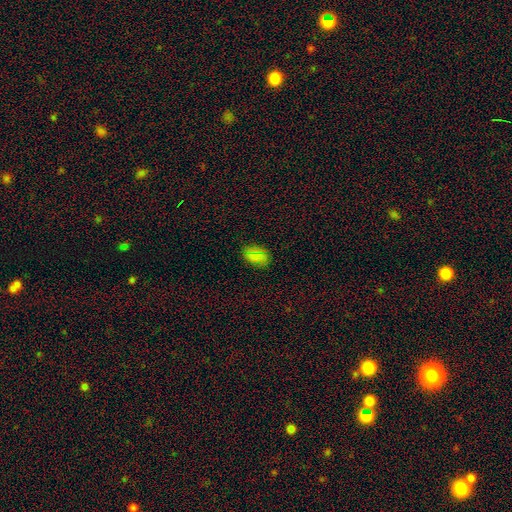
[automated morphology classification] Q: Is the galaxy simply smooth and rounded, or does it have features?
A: smooth — 76%.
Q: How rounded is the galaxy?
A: in between — 88%.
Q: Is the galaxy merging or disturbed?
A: none — 85%.